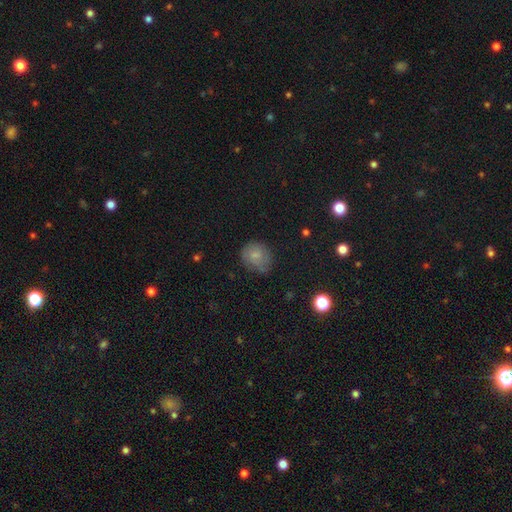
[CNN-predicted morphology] Smooth or featured?
  - smooth: 74% *
  - featured or disk: 15%
  - star or artifact: 11%
How rounded?
  - round: 66% *
  - in between: 33%
  - cigar-shaped: 1%
Merging?
  - none: 57% *
  - minor disturbance: 31%
  - major disturbance: 9%
  - merger: 2%